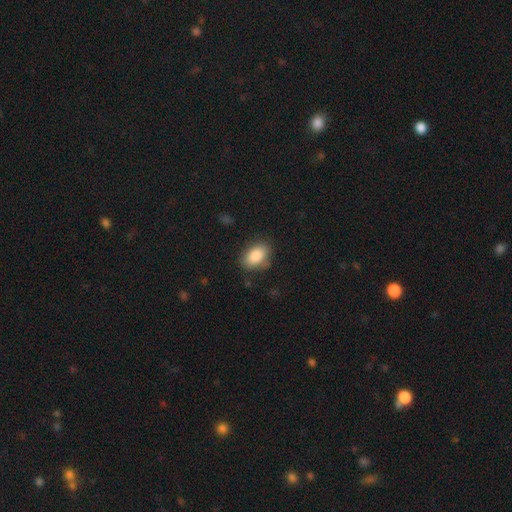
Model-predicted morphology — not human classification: This appears to be a smooth galaxy with no disk features (87%) that is in between round and cigar-shaped (88%). Merging: none (80%).